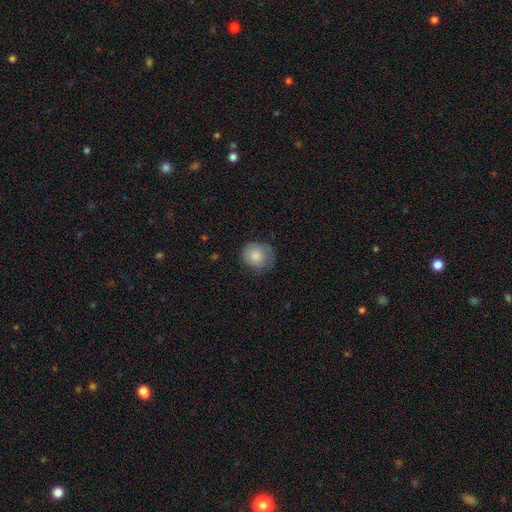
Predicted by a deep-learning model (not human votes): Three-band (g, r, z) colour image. It shows a smooth galaxy with no disk features (83%) that is round (81%). Merging: none (65%).